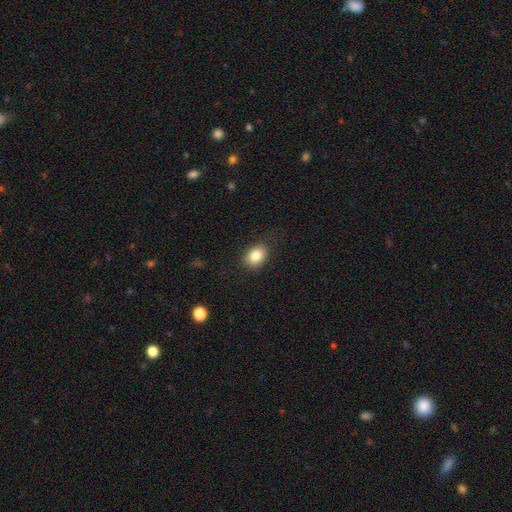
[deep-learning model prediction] A smooth galaxy with no disk features (83%) that is in between round and cigar-shaped (68%).

Vote fractions:
- Smooth or featured? smooth: 83% / star or artifact: 9% / featured or disk: 7%
- How rounded? in between: 68% / round: 31% / cigar-shaped: 1%
- Merging? none: 82% / minor disturbance: 13% / major disturbance: 4% / merger: 1%